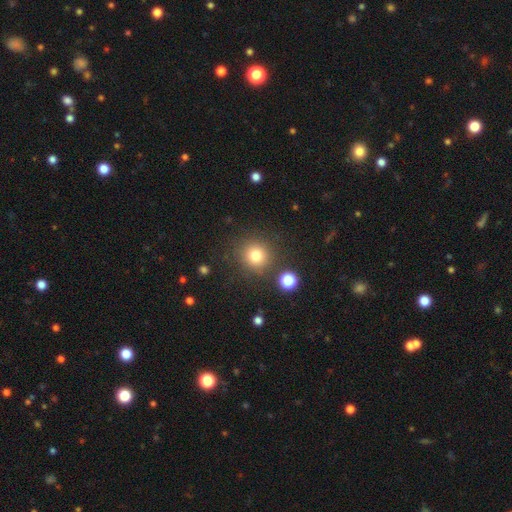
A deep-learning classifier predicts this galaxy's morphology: A smooth galaxy with no disk features (77%) that is round (93%). Merging: none (84%).